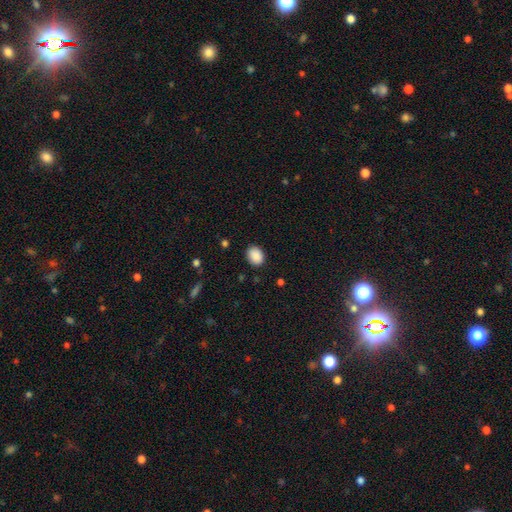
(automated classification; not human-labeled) This is clearly a smooth galaxy (89%). How rounded: possibly in between (56%). Merging: clearly none (87%).